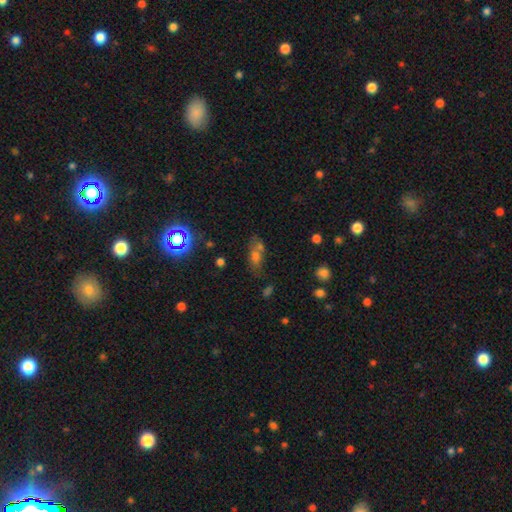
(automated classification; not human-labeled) This appears to be a smooth galaxy with no disk features (51%) that is in between round and cigar-shaped (67%). Merging: none (53%).